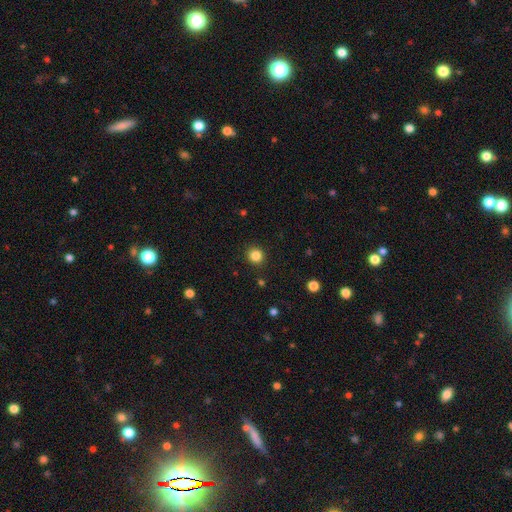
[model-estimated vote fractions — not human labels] This is clearly a smooth galaxy (85%). How rounded: clearly round (92%). Merging: clearly none (91%).